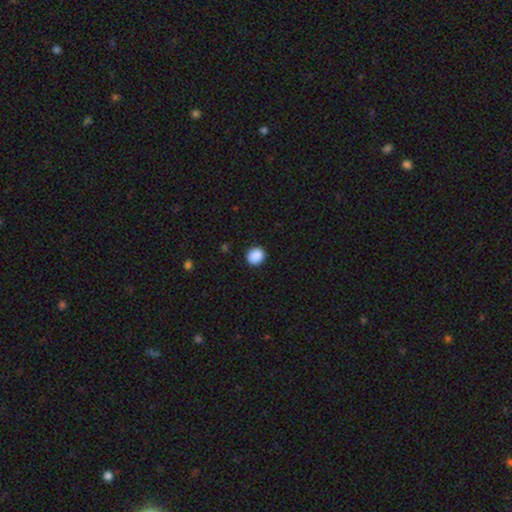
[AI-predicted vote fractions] smooth-or-featured: smooth: 89% | star or artifact: 8% | featured or disk: 2%
  how-rounded: round: 81% | in between: 19% | cigar-shaped: 1%
  merging: none: 90% | minor disturbance: 7% | major disturbance: 2% | merger: 1%